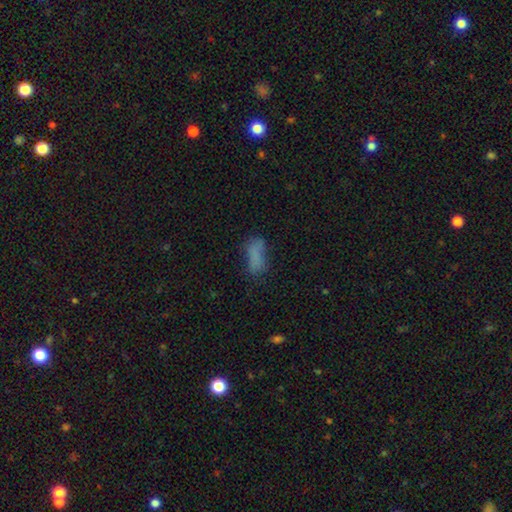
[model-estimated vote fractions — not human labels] smooth_or_featured: smooth (p=0.75) [alt: star or artifact p=0.13]
how_rounded: in between (p=0.72) [alt: cigar-shaped p=0.24]
merging: none (p=0.50) [alt: minor disturbance p=0.26]